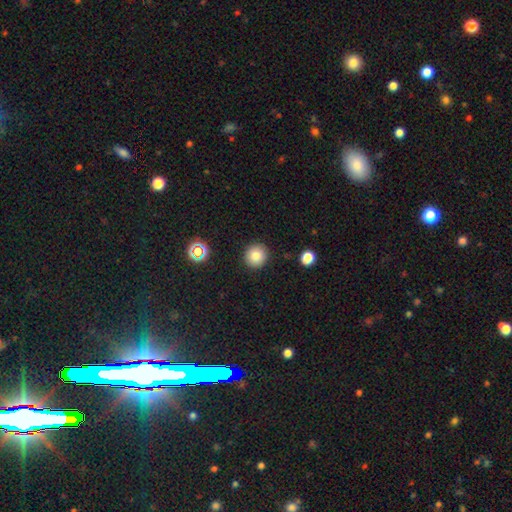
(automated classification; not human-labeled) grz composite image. It shows a smooth galaxy with no disk features (81%) that is round (95%). Merging: none (91%).